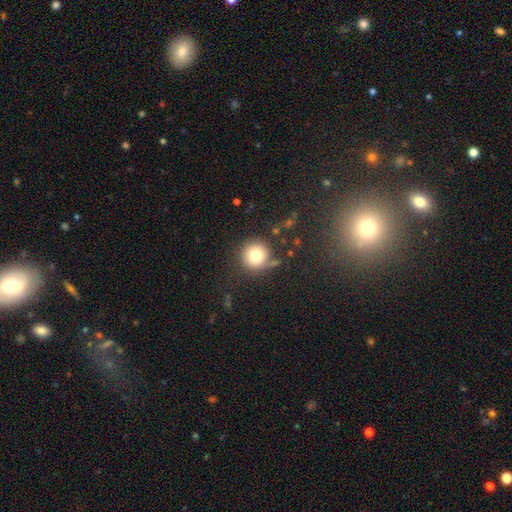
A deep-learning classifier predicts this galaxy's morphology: smooth 79%, star or artifact 12%, featured or disk 10%. Down the decision tree: how rounded — round (94%); merging — none (78%).